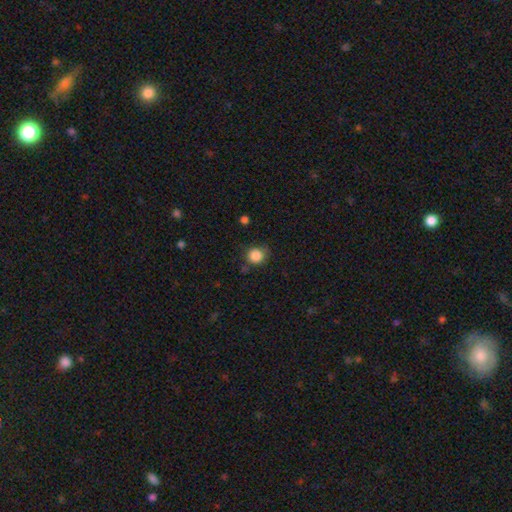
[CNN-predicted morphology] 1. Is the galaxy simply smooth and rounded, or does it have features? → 86% smooth, 10% star or artifact, 4% featured or disk.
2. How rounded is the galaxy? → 88% round, 11% in between, 1% cigar-shaped.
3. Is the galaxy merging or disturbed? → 74% none, 18% minor disturbance, 4% major disturbance, 3% merger.